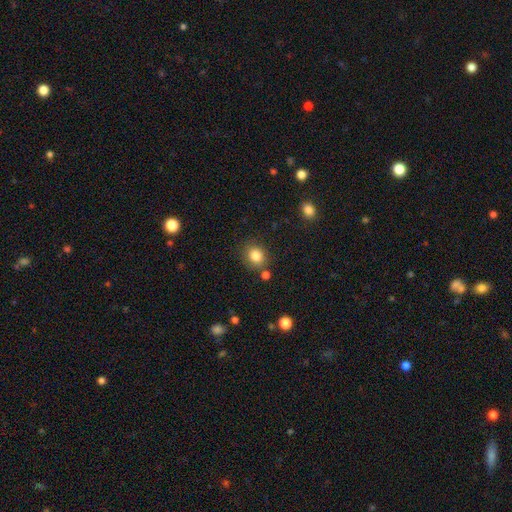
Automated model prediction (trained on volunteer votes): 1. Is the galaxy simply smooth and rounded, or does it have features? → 83% smooth, 11% star or artifact, 6% featured or disk.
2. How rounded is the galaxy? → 72% round, 27% in between, 1% cigar-shaped.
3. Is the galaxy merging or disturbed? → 79% none, 11% minor disturbance, 7% merger, 3% major disturbance.